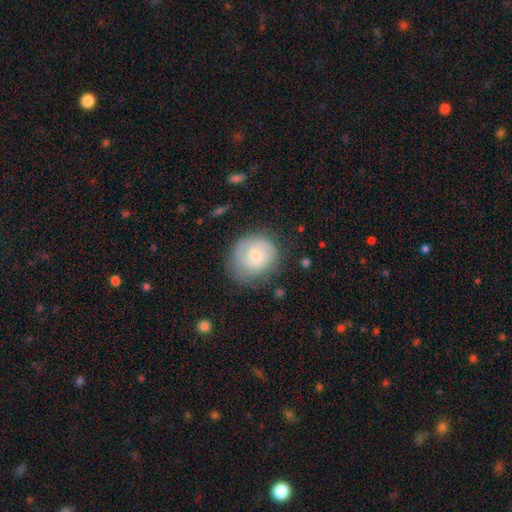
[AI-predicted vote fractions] Smooth or featured? smooth (51%)
How rounded? round (79%)
Merging? none (64%)